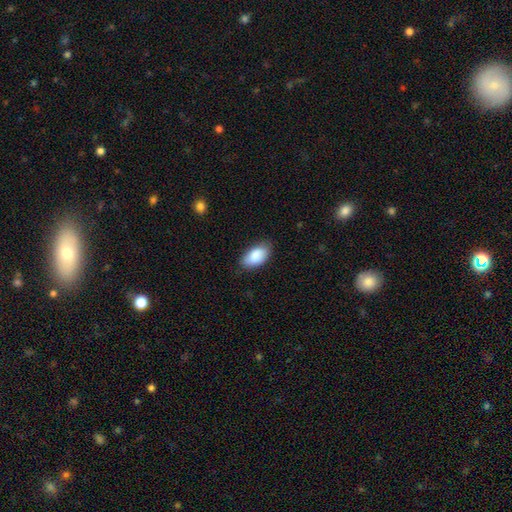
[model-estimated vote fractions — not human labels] Smooth or featured? smooth (88%)
How rounded? in between (95%)
Merging? none (79%)